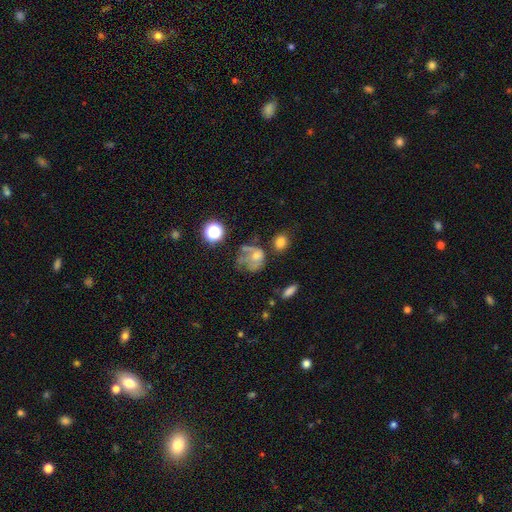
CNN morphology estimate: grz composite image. It shows a smooth galaxy with no disk features (44%). Merging: major disturbance (35%).